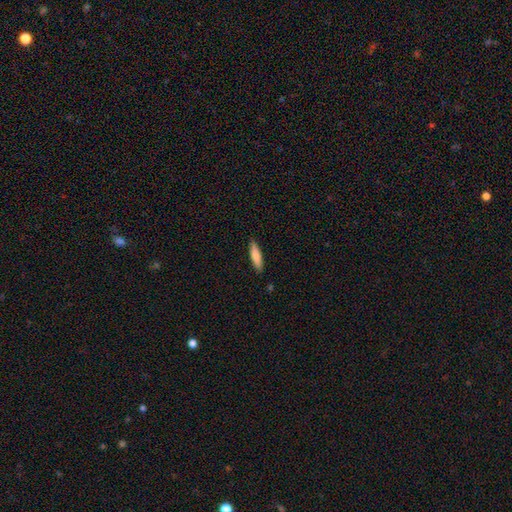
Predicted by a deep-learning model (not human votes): This is likely a smooth galaxy (80%). How rounded: likely cigar-shaped (73%). Merging: clearly none (88%).